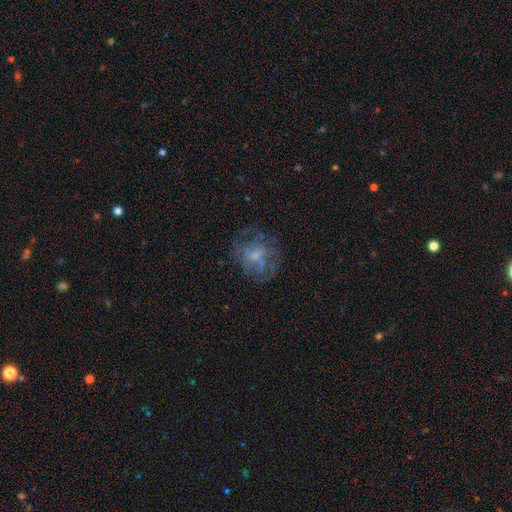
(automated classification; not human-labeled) Q: Smooth or featured?
A: featured or disk (48%); runner-up: smooth (40%)
Q: Merging?
A: none (59%); runner-up: major disturbance (20%)